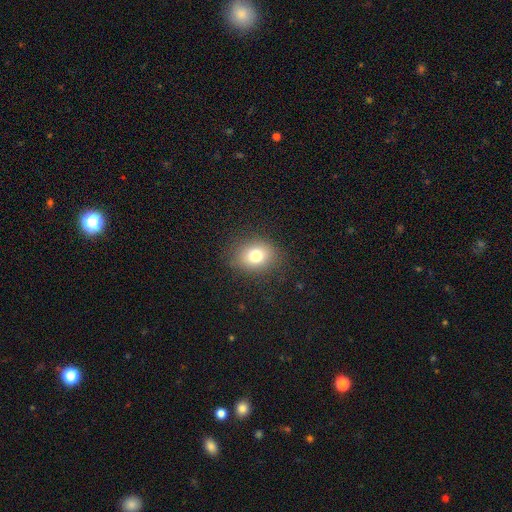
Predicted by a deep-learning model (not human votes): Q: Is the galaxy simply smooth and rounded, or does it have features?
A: smooth — 76%.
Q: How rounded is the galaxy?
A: in between — 51%.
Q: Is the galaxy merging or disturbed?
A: none — 85%.